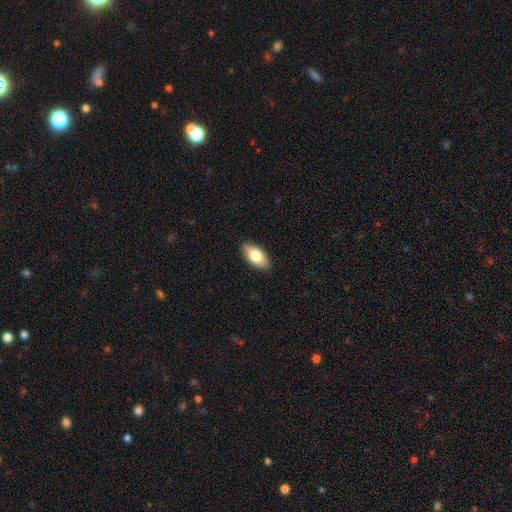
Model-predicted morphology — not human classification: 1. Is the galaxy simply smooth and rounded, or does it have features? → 79% smooth, 15% featured or disk, 6% star or artifact.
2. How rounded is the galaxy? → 92% in between, 5% cigar-shaped, 3% round.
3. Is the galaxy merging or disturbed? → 89% none, 8% minor disturbance, 2% major disturbance, 1% merger.